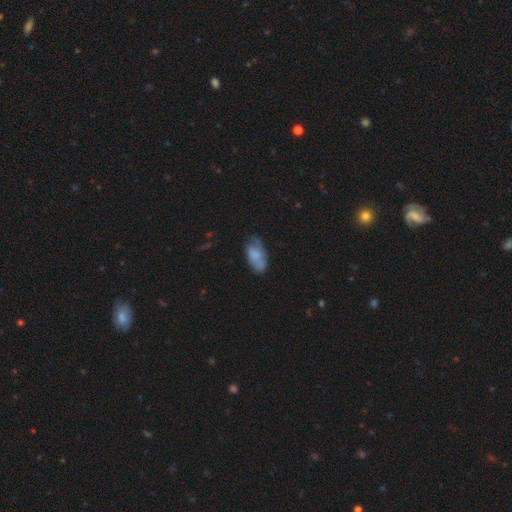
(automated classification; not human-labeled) smooth-or-featured: smooth: 66% | featured or disk: 27% | star or artifact: 7%
  how-rounded: in between: 92% | cigar-shaped: 5% | round: 3%
  merging: none: 52% | minor disturbance: 32% | major disturbance: 11% | merger: 4%